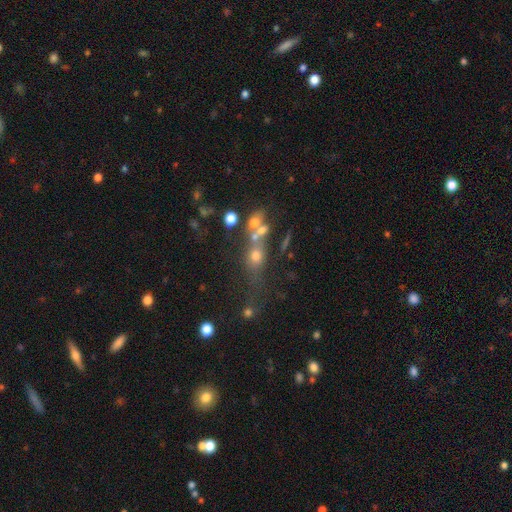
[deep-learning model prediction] This is possibly a smooth galaxy (58%). How rounded: possibly round (53%). Merging: marginally none (38%).